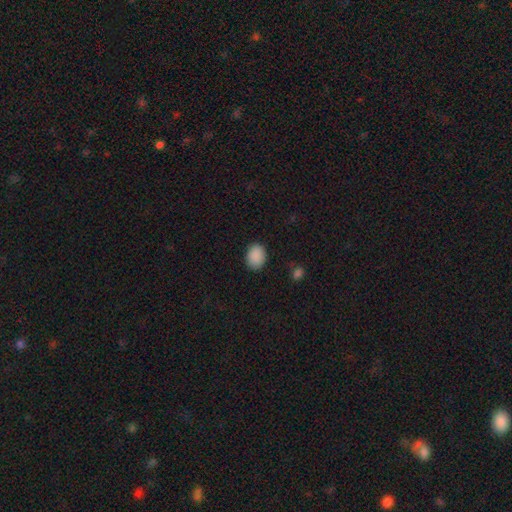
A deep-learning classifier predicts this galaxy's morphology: Q: Smooth or featured?
A: smooth (89%); runner-up: star or artifact (8%)
Q: How rounded?
A: in between (61%); runner-up: round (38%)
Q: Merging?
A: none (85%); runner-up: minor disturbance (11%)